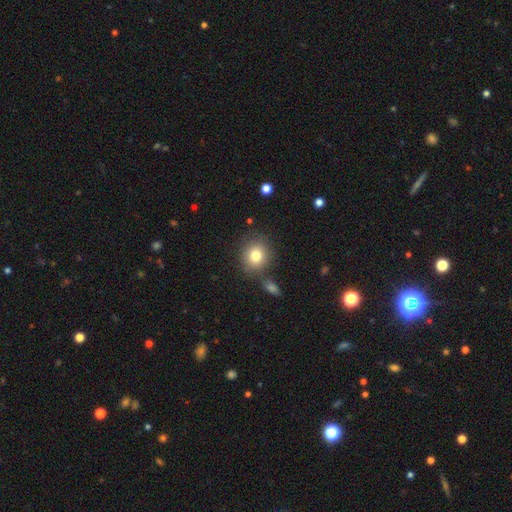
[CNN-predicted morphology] This appears to be a smooth galaxy with no disk features (79%) that is round (83%). Merging: none (78%).